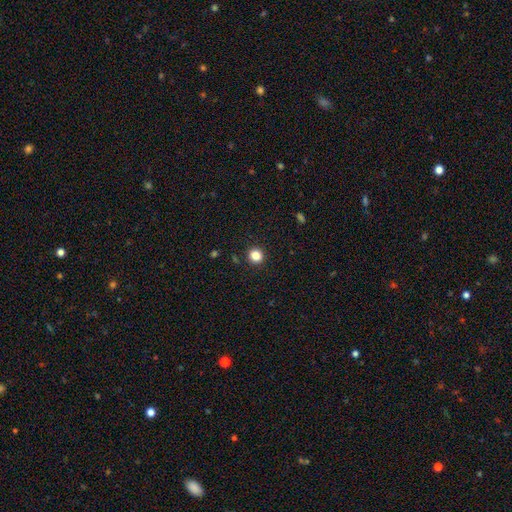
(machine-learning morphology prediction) Q: Smooth or featured?
A: smooth (84%); runner-up: star or artifact (12%)
Q: How rounded?
A: round (92%); runner-up: in between (7%)
Q: Merging?
A: none (92%); runner-up: minor disturbance (5%)